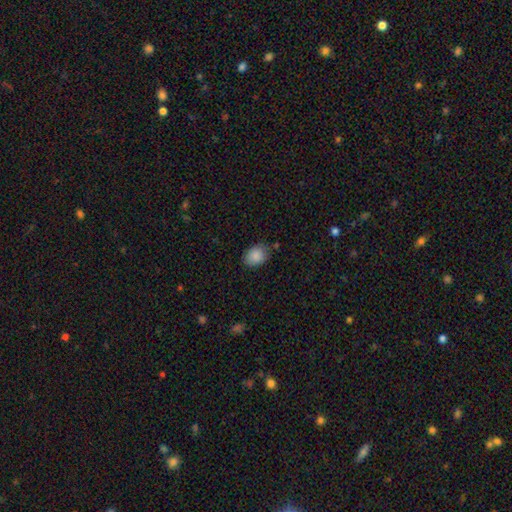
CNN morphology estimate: Overall: smooth (88%). How rounded: in between (70%). Merging: none (79%).